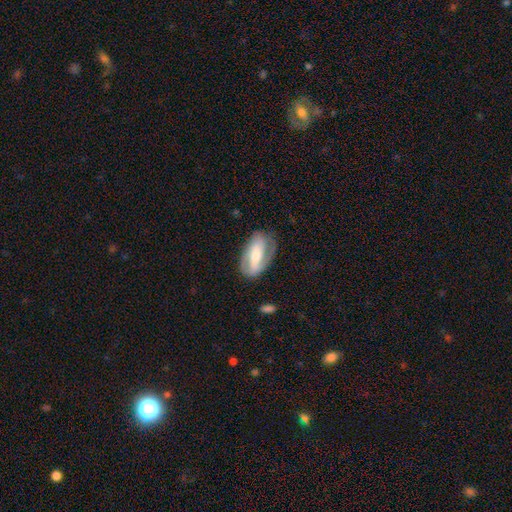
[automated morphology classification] A featured or disk galaxy (69%) with a strong bar (50%), 2 (73%) medium (40%) spiral arms (80%) and a moderate central bulge (50%). Merging: none (70%).